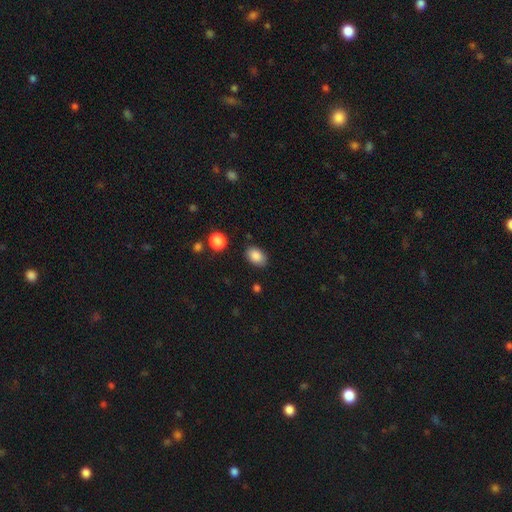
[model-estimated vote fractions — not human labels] smooth 87%, star or artifact 8%, featured or disk 5%. Down the decision tree: how rounded — in between (85%); merging — none (84%).